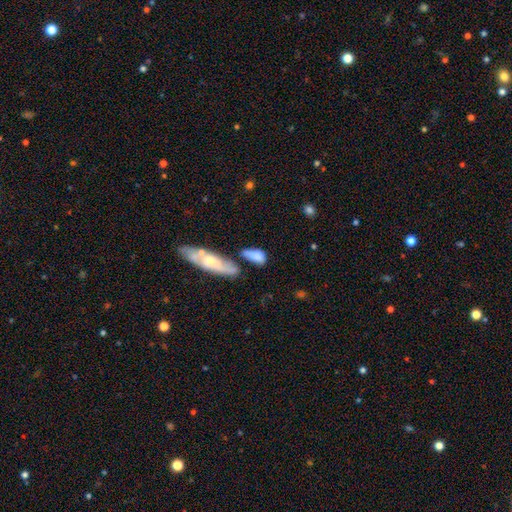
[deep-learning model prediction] smooth-or-featured: smooth: 73% | featured or disk: 19% | star or artifact: 7%
  how-rounded: in between: 78% | cigar-shaped: 13% | round: 8%
  merging: none: 35% | minor disturbance: 25% | merger: 25% | major disturbance: 15%